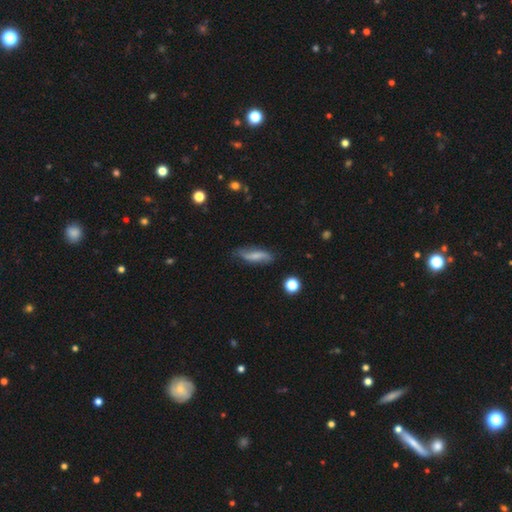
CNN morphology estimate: type=smooth (47%); merging=none (68%).